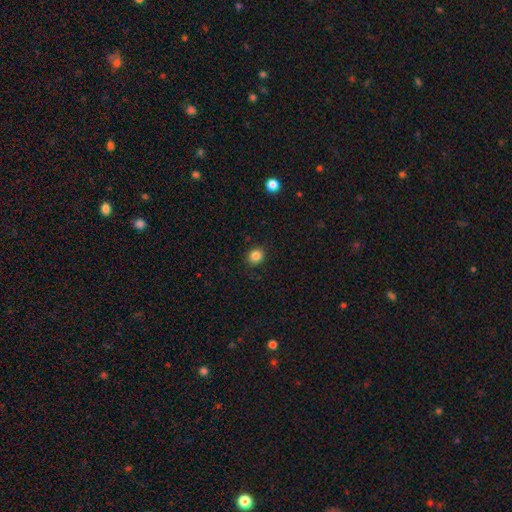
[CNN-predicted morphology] Smooth or featured? smooth (85%)
How rounded? round (76%)
Merging? none (89%)